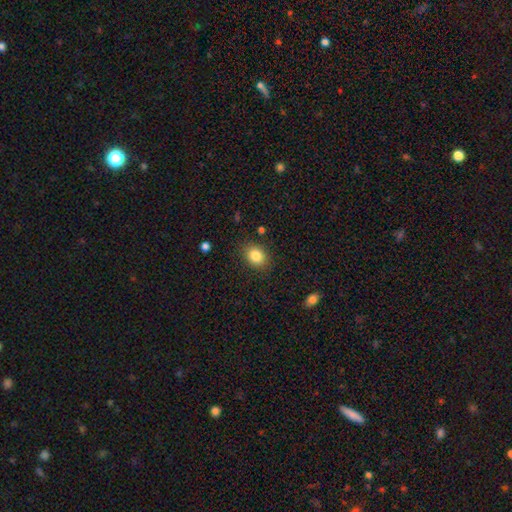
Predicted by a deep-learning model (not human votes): Smooth or featured?
  - smooth: 84% *
  - star or artifact: 10%
  - featured or disk: 6%
How rounded?
  - in between: 54% *
  - round: 46%
  - cigar-shaped: 1%
Merging?
  - none: 85% *
  - minor disturbance: 10%
  - major disturbance: 3%
  - merger: 1%